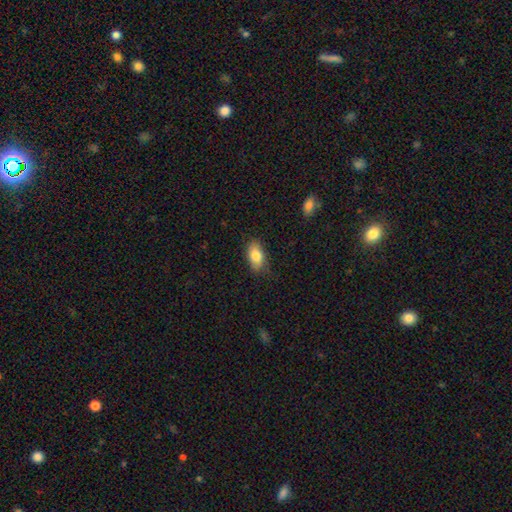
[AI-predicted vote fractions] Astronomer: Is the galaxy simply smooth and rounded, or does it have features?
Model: smooth — 83%.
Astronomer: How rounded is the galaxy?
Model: in between — 90%.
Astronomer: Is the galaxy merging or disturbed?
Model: none — 82%.